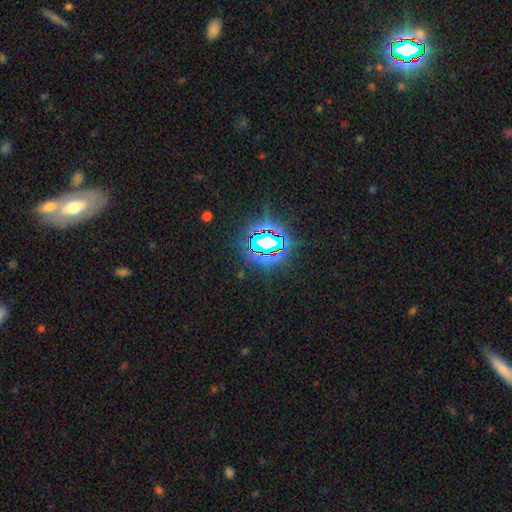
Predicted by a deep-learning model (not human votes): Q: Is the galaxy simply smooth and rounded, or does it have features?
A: star or artifact — 78%.